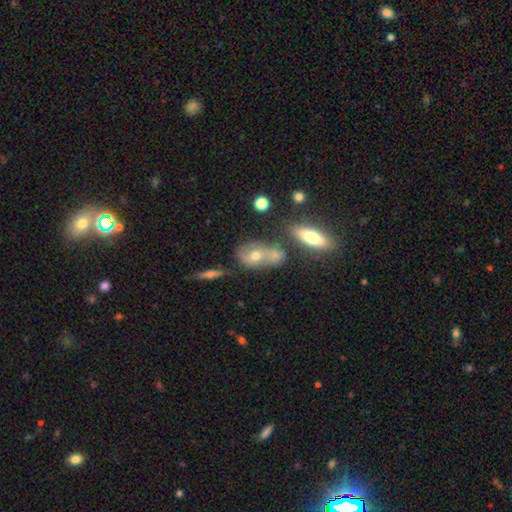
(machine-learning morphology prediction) The model was most divided on "smooth or featured": smooth: 46%, featured or disk: 40%, star or artifact: 14%. Remaining: merging — none (43%).